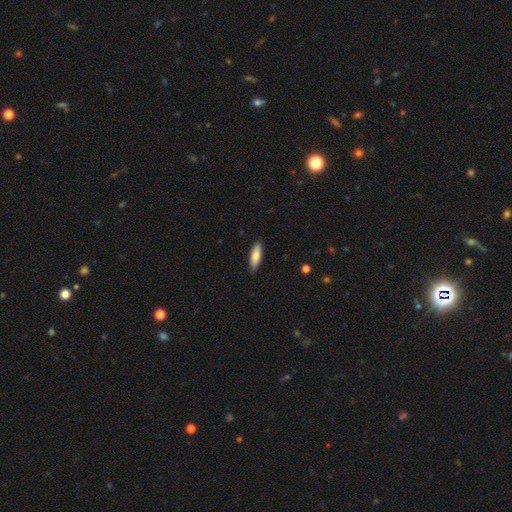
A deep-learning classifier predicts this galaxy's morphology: Overall: smooth (77%). How rounded: cigar-shaped (50%; in between 48%). Merging: none (87%).